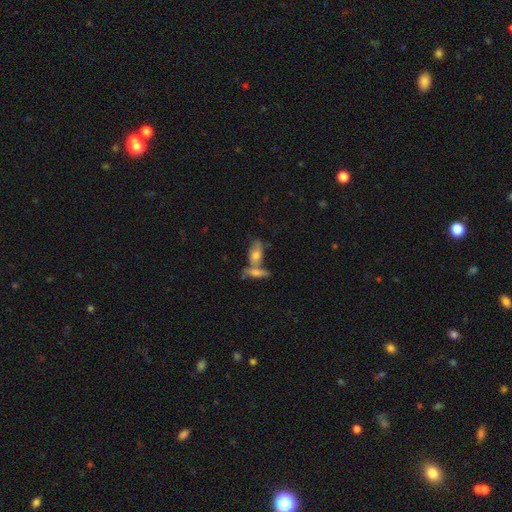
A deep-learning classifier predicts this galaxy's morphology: smooth 54%, featured or disk 36%, star or artifact 10%. Down the decision tree: how rounded — in between (72%); merging — merger (46%).